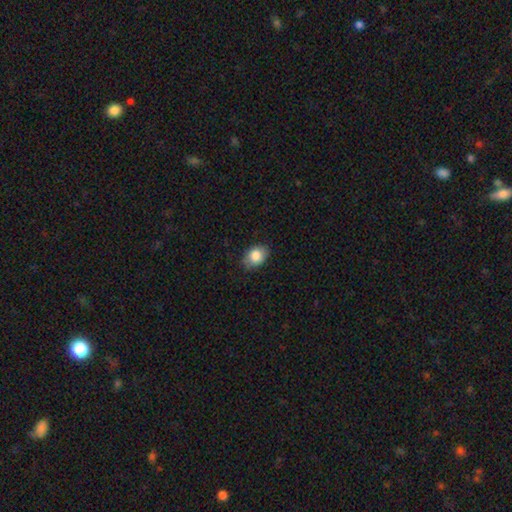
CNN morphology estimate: smooth_or_featured: smooth (p=0.85) [alt: star or artifact p=0.08]
how_rounded: in between (p=0.77) [alt: round p=0.22]
merging: none (p=0.83) [alt: minor disturbance p=0.14]